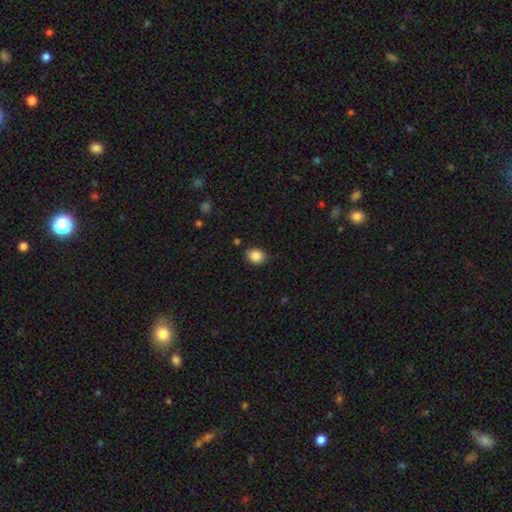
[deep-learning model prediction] This is clearly a smooth galaxy (88%). How rounded: possibly round (52%). Merging: clearly none (84%).